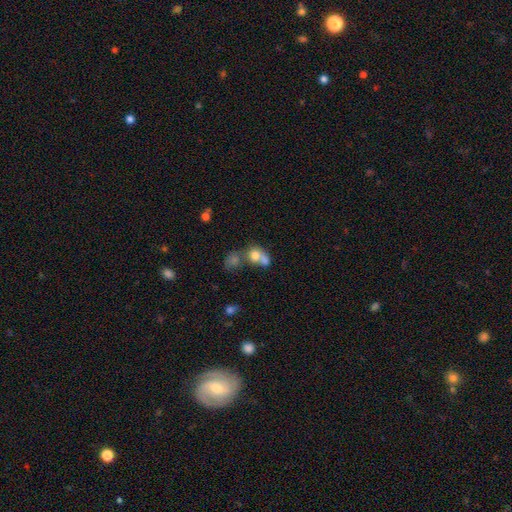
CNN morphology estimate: Smooth or featured? smooth (71%)
How rounded? round (60%)
Merging? merger (62%)